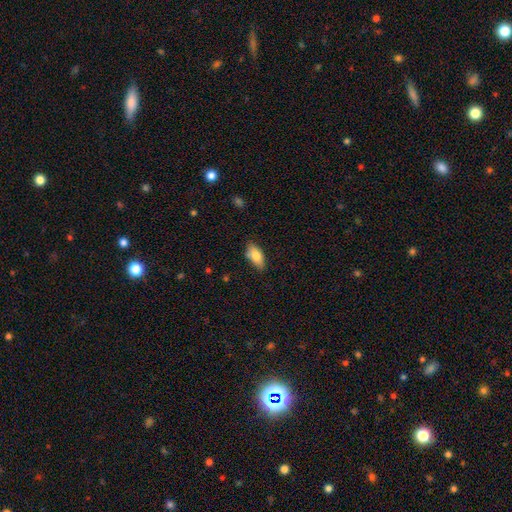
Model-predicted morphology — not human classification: smooth 80%, featured or disk 13%, star or artifact 7%. Down the decision tree: how rounded — in between (88%); merging — none (80%).